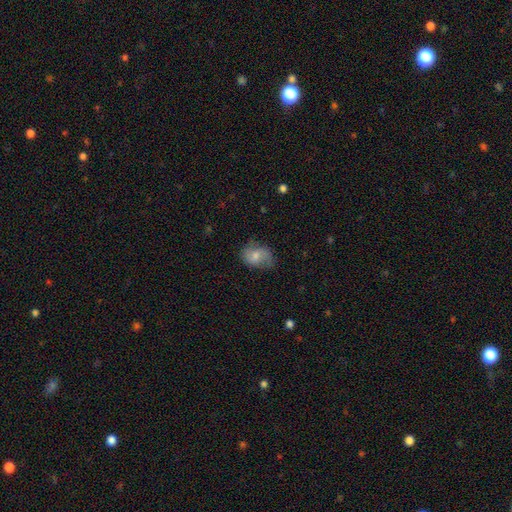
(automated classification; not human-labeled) smooth_or_featured: smooth (p=0.54) [alt: featured or disk p=0.38]
how_rounded: in between (p=0.67) [alt: round p=0.31]
merging: none (p=0.60) [alt: minor disturbance p=0.28]